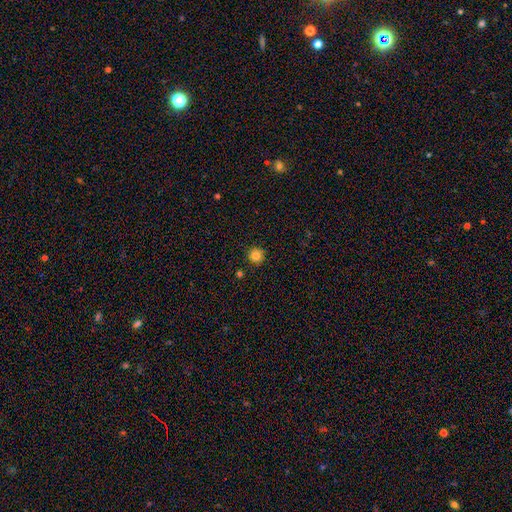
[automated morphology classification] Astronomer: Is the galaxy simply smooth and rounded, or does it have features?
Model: smooth — 84%.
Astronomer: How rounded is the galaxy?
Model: round — 95%.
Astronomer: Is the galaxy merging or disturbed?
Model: none — 90%.